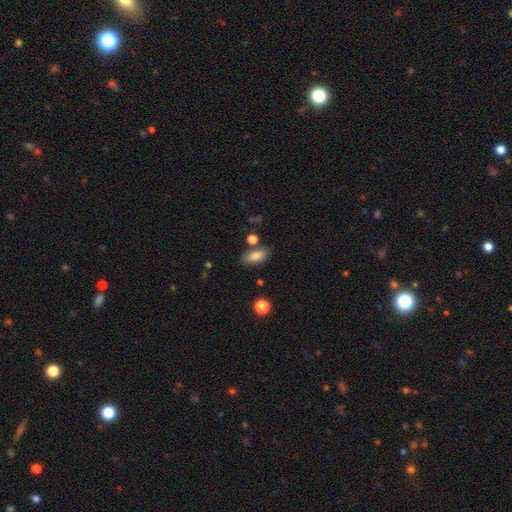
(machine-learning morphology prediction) This appears to be a smooth galaxy with no disk features (81%) that is in between round and cigar-shaped (87%). Merging: none (76%).